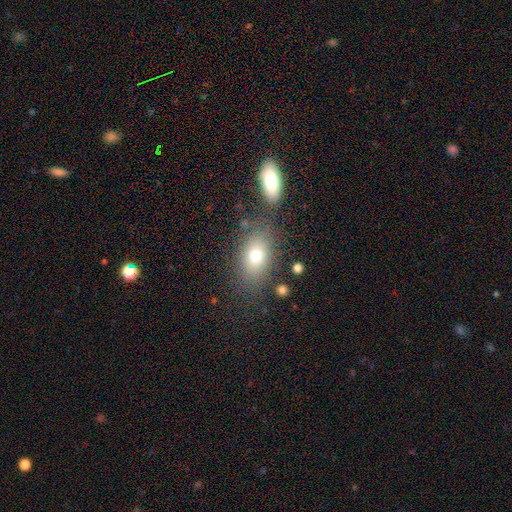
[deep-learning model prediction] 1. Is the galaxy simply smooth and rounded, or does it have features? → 74% smooth, 15% featured or disk, 12% star or artifact.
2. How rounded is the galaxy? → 77% in between, 21% round, 2% cigar-shaped.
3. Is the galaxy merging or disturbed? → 74% none, 14% minor disturbance, 7% major disturbance, 6% merger.